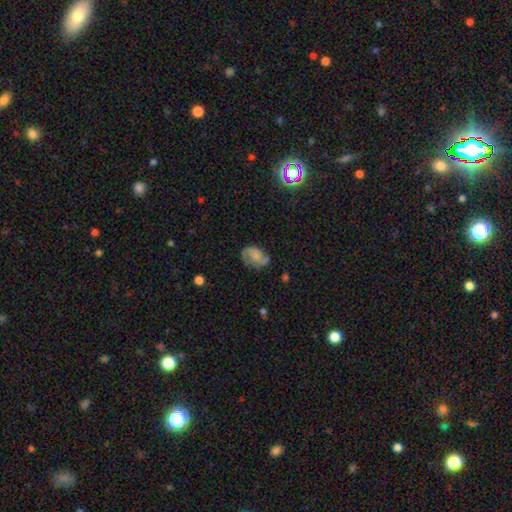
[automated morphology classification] Q: Smooth or featured?
A: featured or disk (51%); runner-up: smooth (39%)
Q: Edge-on disk?
A: no (97%); runner-up: yes (3%)
Q: Merging?
A: none (58%); runner-up: minor disturbance (25%)